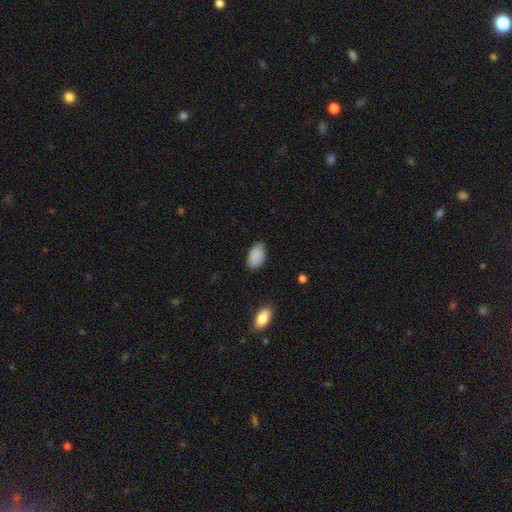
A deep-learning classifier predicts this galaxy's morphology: This is clearly a smooth galaxy (85%). How rounded: clearly in between (94%). Merging: likely none (73%).